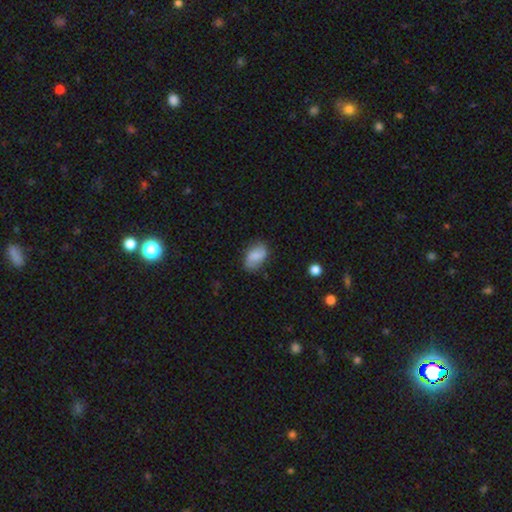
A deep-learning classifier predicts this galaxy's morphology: A smooth galaxy with no disk features (77%) that is in between round and cigar-shaped (91%).

Vote fractions:
- Smooth or featured? smooth: 77% / featured or disk: 15% / star or artifact: 7%
- How rounded? in between: 91% / round: 7% / cigar-shaped: 2%
- Merging? none: 72% / minor disturbance: 21% / major disturbance: 5% / merger: 2%